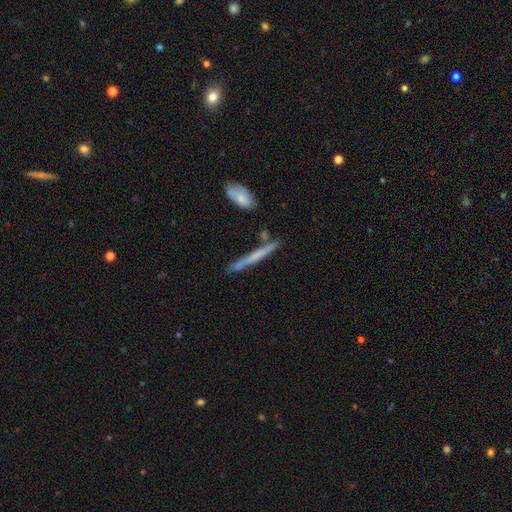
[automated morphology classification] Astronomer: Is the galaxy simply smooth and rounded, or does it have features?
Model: smooth — 50% (runner-up: featured or disk, 44%).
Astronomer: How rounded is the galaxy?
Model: cigar-shaped — 96%.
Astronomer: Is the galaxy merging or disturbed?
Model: none — 82%.